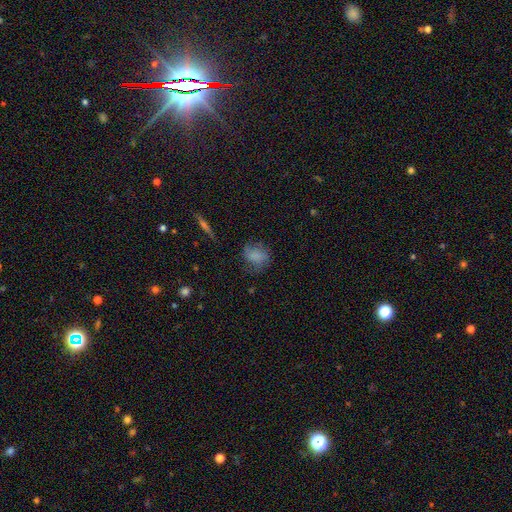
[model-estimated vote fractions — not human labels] A smooth galaxy with no disk features (68%) that is round (56%). Merging: none (60%).